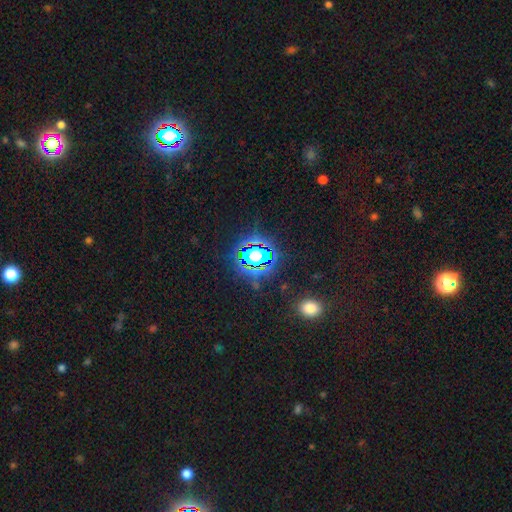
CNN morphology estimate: A star or artifact, not a galaxy (78%).

Vote fractions:
- Smooth or featured? star or artifact: 78% / smooth: 15% / featured or disk: 7%